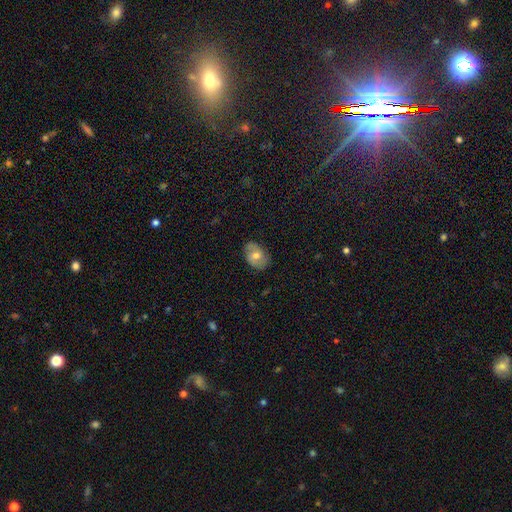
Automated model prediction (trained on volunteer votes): smooth 48%, featured or disk 44%, star or artifact 8%. Down the decision tree: merging — none (76%).